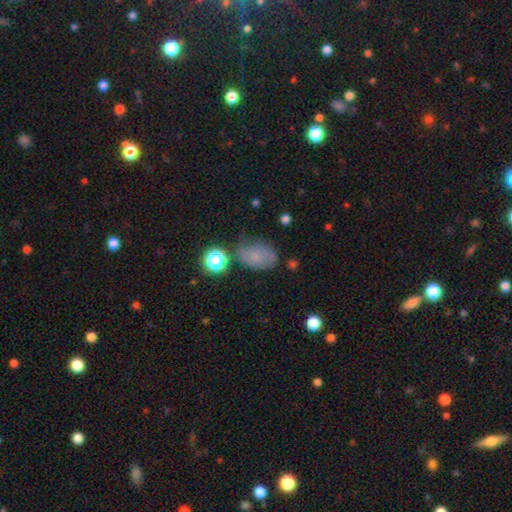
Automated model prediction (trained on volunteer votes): This is likely a smooth galaxy (62%). How rounded: likely in between (78%). Merging: possibly none (54%).